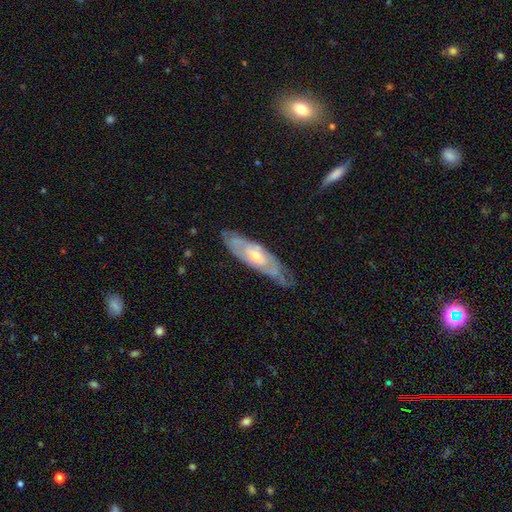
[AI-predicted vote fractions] A featured or disk galaxy (71%) with no bar (66%), spiral arms (69%) and a moderate central bulge (54%).

Vote fractions:
- Smooth or featured? featured or disk: 71% / smooth: 24% / star or artifact: 5%
- Edge-on disk? no: 72% / yes: 28%
- Bar? no: 66% / weak: 28% / strong: 7%
- Spiral arms? yes: 69% / no: 31%
- Bulge size? moderate: 54% / small: 41% / large: 3% / none: 1% / dominant: 1%
- Merging? none: 67% / minor disturbance: 24% / major disturbance: 7% / merger: 2%